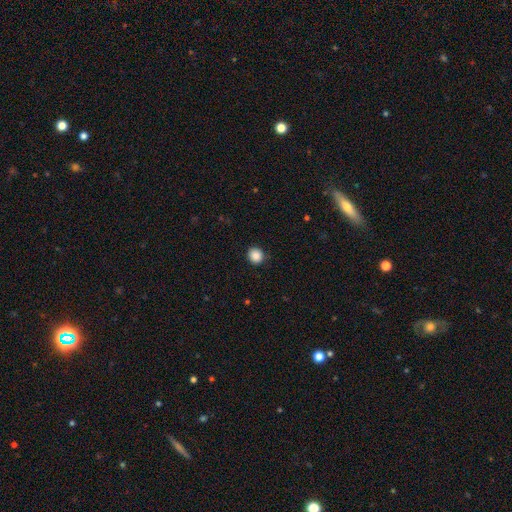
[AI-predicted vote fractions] Smooth or featured?
  - smooth: 88% *
  - star or artifact: 10%
  - featured or disk: 3%
How rounded?
  - round: 87% *
  - in between: 12%
  - cigar-shaped: 1%
Merging?
  - none: 90% *
  - minor disturbance: 7%
  - major disturbance: 2%
  - merger: 1%